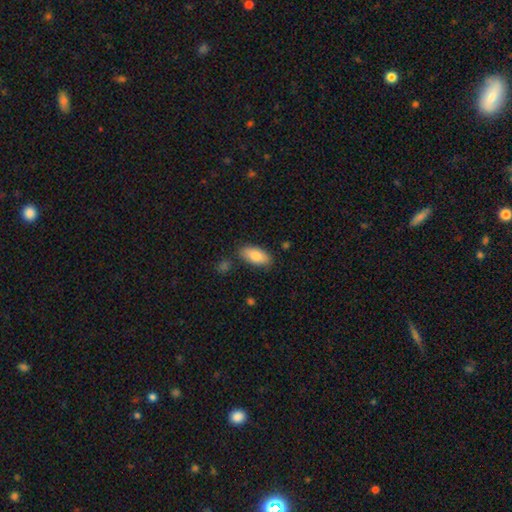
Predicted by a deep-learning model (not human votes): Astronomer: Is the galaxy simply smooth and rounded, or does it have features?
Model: smooth — 83%.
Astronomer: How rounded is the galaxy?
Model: in between — 90%.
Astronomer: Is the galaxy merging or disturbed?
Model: none — 82%.